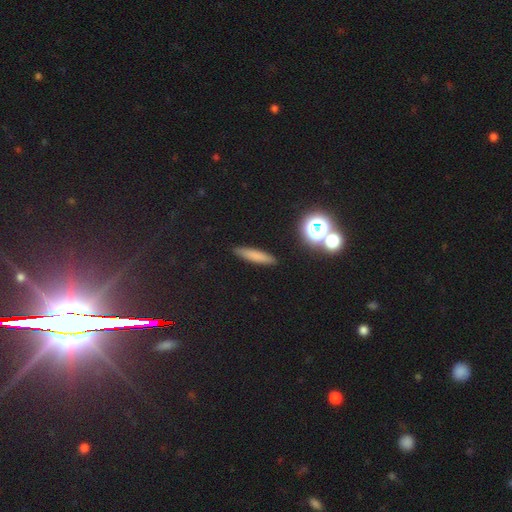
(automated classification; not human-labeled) Overall: smooth (72%). How rounded: cigar-shaped (82%). Merging: none (89%).